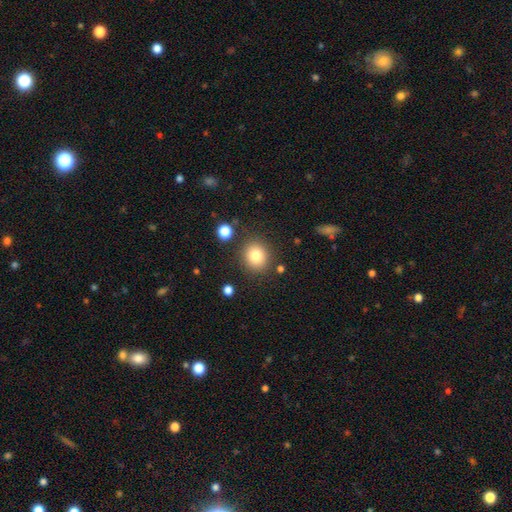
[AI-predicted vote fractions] A smooth galaxy with no disk features (81%) that is round (84%).

Vote fractions:
- Smooth or featured? smooth: 81% / star or artifact: 11% / featured or disk: 8%
- How rounded? round: 84% / in between: 15% / cigar-shaped: 1%
- Merging? none: 86% / minor disturbance: 8% / merger: 3% / major disturbance: 3%